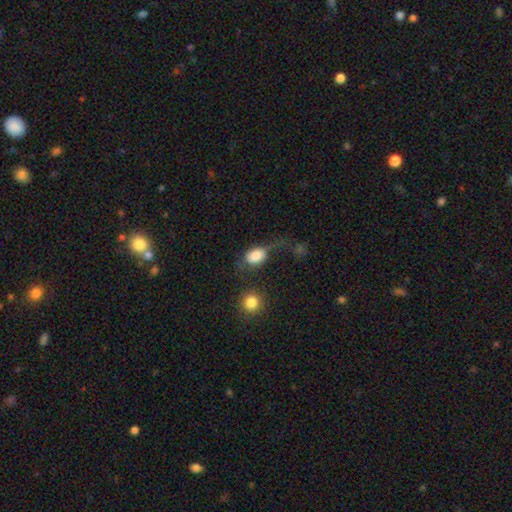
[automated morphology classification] type=smooth (81%); roundness=in between (74%); merging=major disturbance (32%).